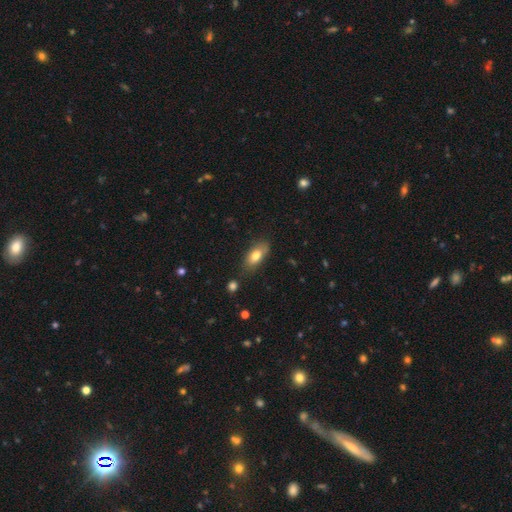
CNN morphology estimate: Overall: smooth (76%). How rounded: in between (86%). Merging: none (76%).